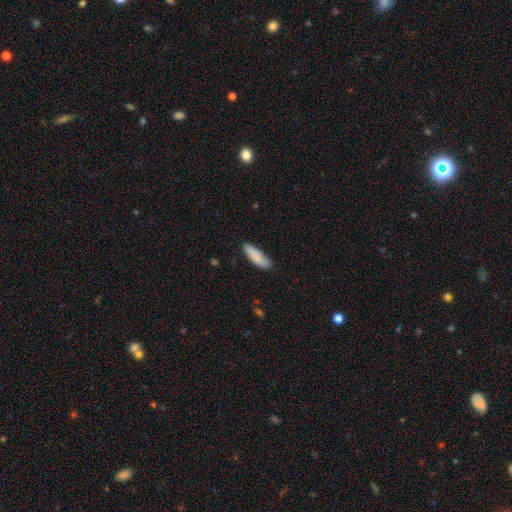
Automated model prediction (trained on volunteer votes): smooth_or_featured: smooth (p=0.84) [alt: featured or disk p=0.10]
how_rounded: cigar-shaped (p=0.50) [alt: in between p=0.48]
merging: none (p=0.73) [alt: minor disturbance p=0.21]